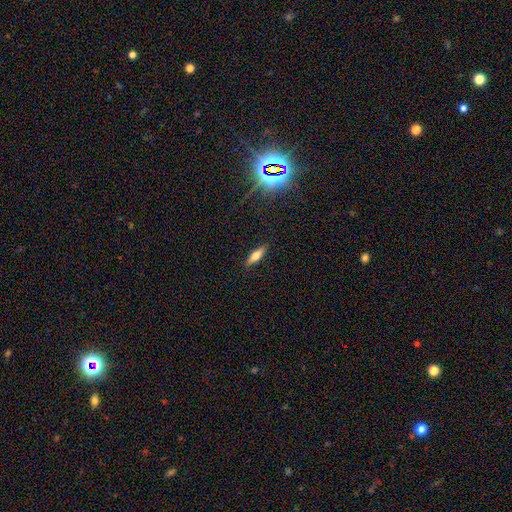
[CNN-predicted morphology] This is possibly a smooth galaxy (49%). Merging: clearly none (88%).